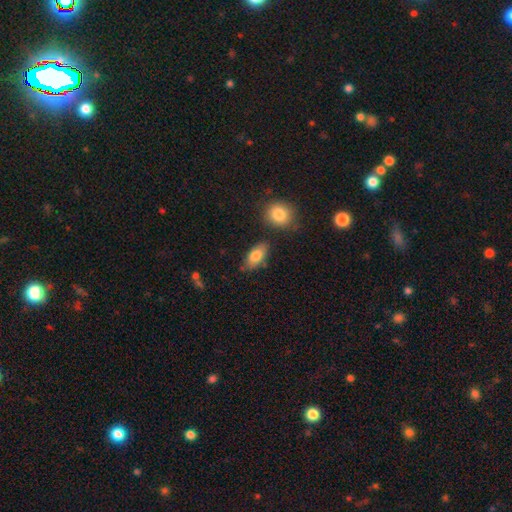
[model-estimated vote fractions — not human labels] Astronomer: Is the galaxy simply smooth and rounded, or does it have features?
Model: smooth — 81%.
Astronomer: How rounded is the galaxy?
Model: in between — 90%.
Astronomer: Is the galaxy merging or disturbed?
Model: none — 75%.